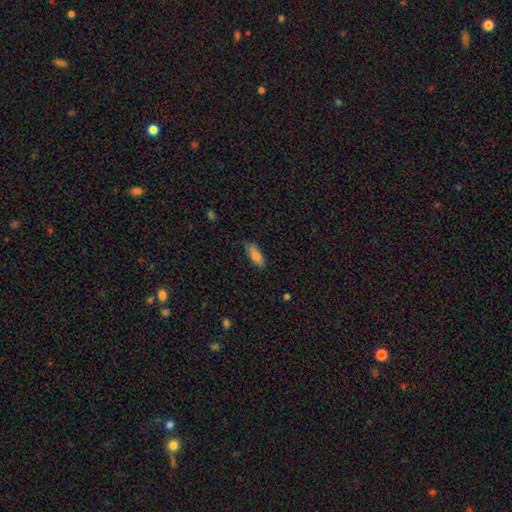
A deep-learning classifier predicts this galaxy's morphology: Smooth or featured: smooth — 80% (featured or disk — 13%)
How rounded: in between — 73% (cigar-shaped — 25%)
Merging: none — 78% (minor disturbance — 18%)